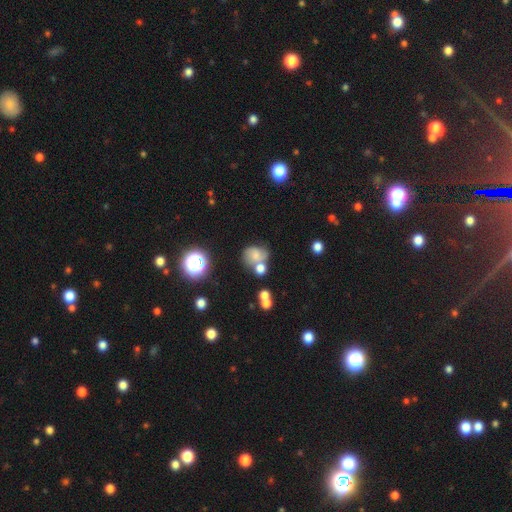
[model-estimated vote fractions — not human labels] smooth_or_featured: smooth (p=0.55) [alt: featured or disk p=0.28]
how_rounded: round (p=0.63) [alt: in between p=0.36]
merging: none (p=0.40) [alt: merger p=0.28]